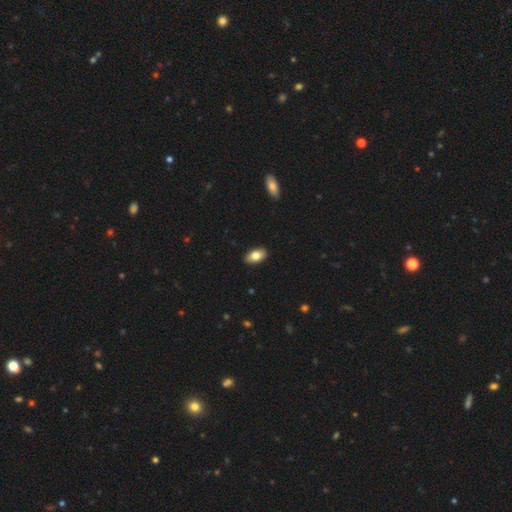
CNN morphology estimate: type=smooth (81%); roundness=in between (93%); merging=none (90%).